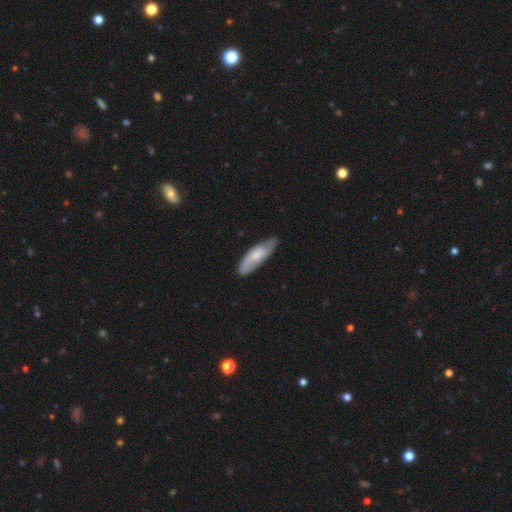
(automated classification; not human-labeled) Smooth or featured? Predicted: smooth (p=0.55). How rounded? Predicted: in between (p=0.49, tied with cigar-shaped). Merging? Predicted: none (p=0.73).